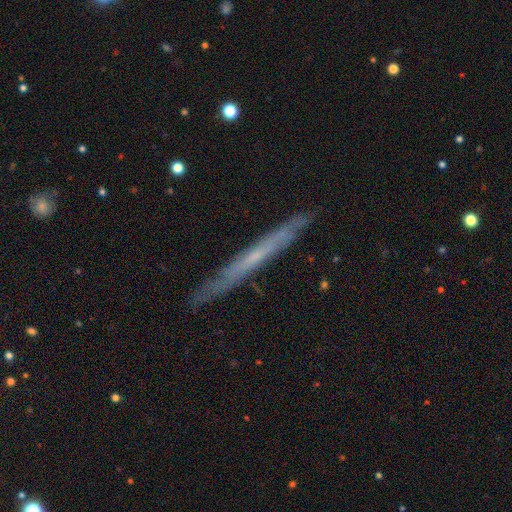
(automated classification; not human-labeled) The model was most divided on "smooth or featured": featured or disk: 62%, smooth: 31%, star or artifact: 7%. More confident: edge-on disk — yes (93%); merging — none (87%); edge-on bulge — none (80%).